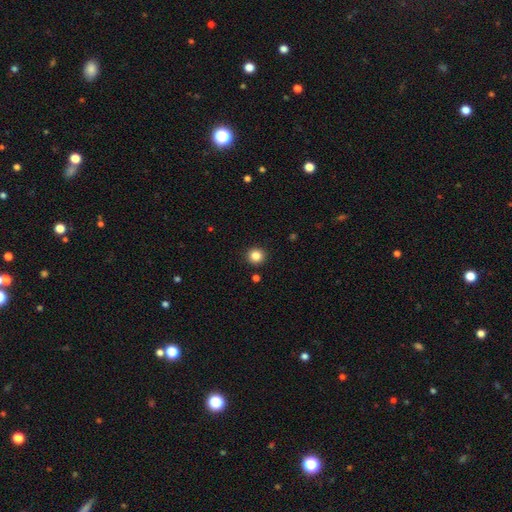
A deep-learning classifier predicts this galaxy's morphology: smooth 85%, star or artifact 11%, featured or disk 4%. Down the decision tree: how rounded — round (93%); merging — none (92%).